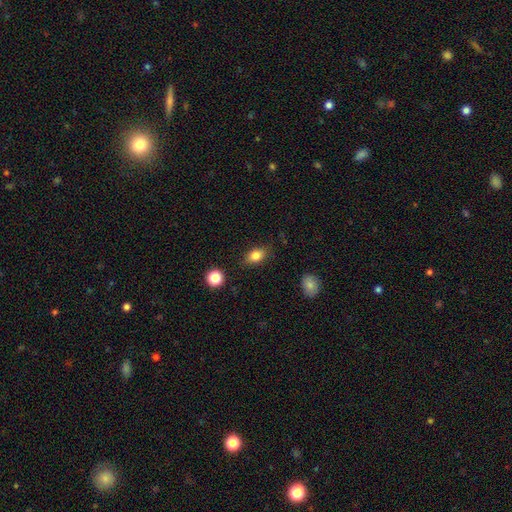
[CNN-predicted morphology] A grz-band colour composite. It shows a smooth galaxy with no disk features (83%) that is in between round and cigar-shaped (78%). Merging: none (83%).